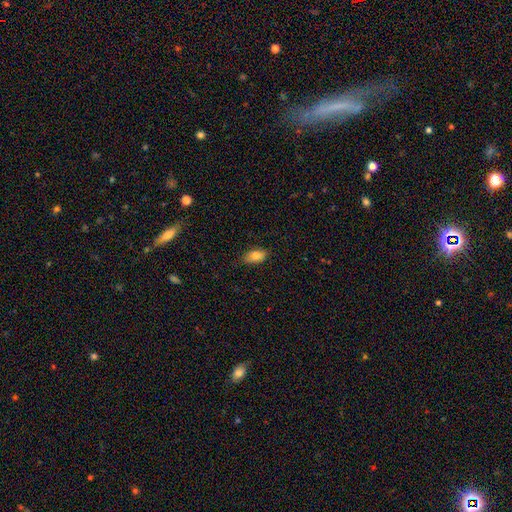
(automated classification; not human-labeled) This is clearly a smooth galaxy (81%). How rounded: clearly in between (90%). Merging: clearly none (84%).